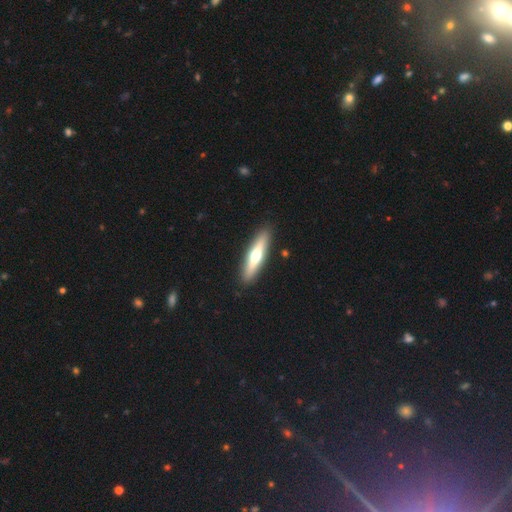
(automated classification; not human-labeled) This is possibly a featured or disk galaxy (52%). It is clearly viewed edge-on (91%). Merging: clearly none (91%).